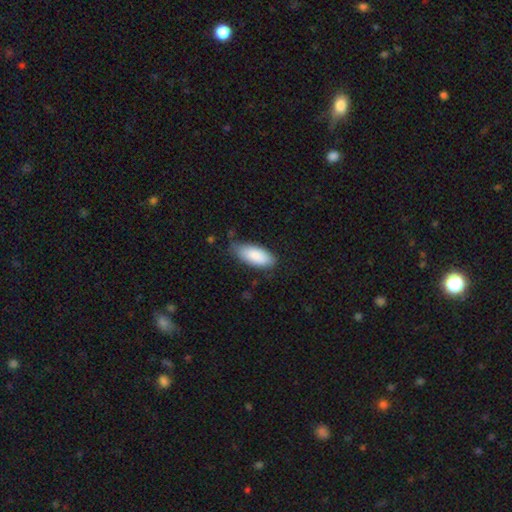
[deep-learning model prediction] Overall: smooth (86%). How rounded: in between (85%). Merging: none (66%; minor disturbance 27%).